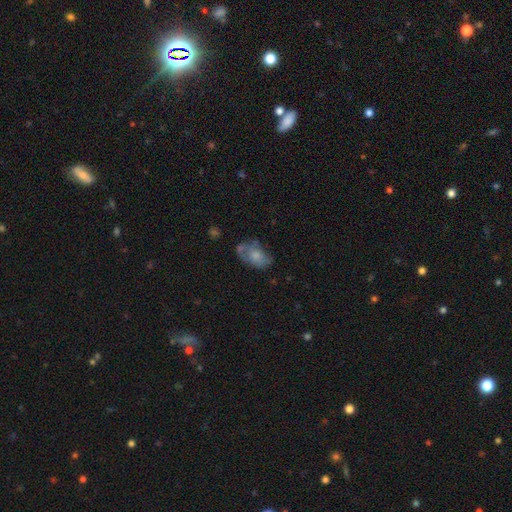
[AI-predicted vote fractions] Smooth or featured?
  - smooth: 53% *
  - featured or disk: 38%
  - star or artifact: 9%
How rounded?
  - in between: 89% *
  - round: 9%
  - cigar-shaped: 2%
Merging?
  - none: 44% *
  - minor disturbance: 28%
  - major disturbance: 23%
  - merger: 5%